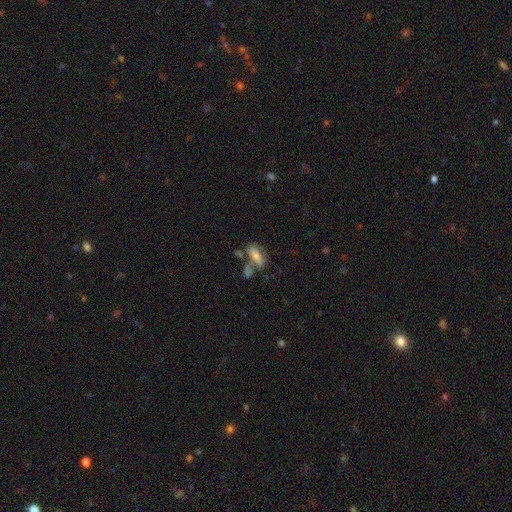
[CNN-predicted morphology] A smooth galaxy with no disk features (57%) that is in between round and cigar-shaped (71%).

Vote fractions:
- Smooth or featured? smooth: 57% / featured or disk: 32% / star or artifact: 11%
- How rounded? in between: 71% / cigar-shaped: 24% / round: 5%
- Merging? none: 41% / merger: 31% / minor disturbance: 16% / major disturbance: 11%